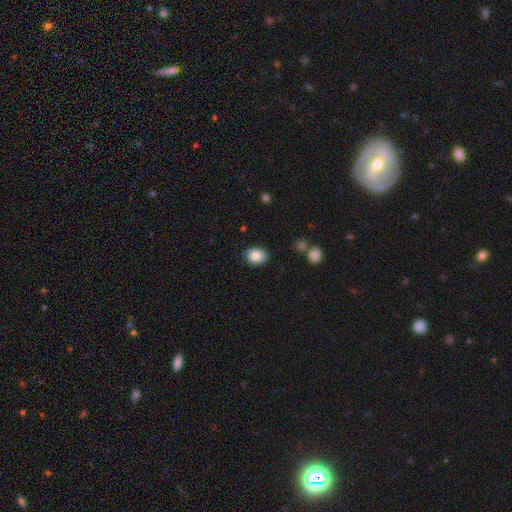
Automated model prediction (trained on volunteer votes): A smooth galaxy with no disk features (86%) that is in between round and cigar-shaped (68%).

Vote fractions:
- Smooth or featured? smooth: 86% / star or artifact: 8% / featured or disk: 6%
- How rounded? in between: 68% / round: 31% / cigar-shaped: 1%
- Merging? none: 86% / minor disturbance: 10% / major disturbance: 2% / merger: 2%